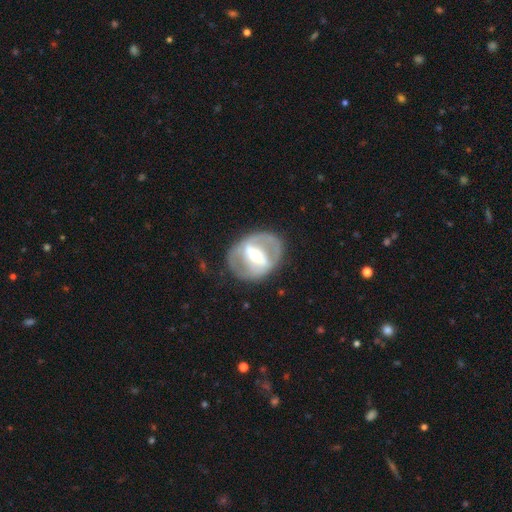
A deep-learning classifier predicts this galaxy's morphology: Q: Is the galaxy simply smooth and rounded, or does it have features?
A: featured or disk — 75%.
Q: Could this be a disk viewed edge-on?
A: no — 93%.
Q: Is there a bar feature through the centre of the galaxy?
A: strong — 61%.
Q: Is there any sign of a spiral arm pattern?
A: no — 54%.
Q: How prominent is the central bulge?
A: moderate — 59%.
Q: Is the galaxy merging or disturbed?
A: none — 74%.